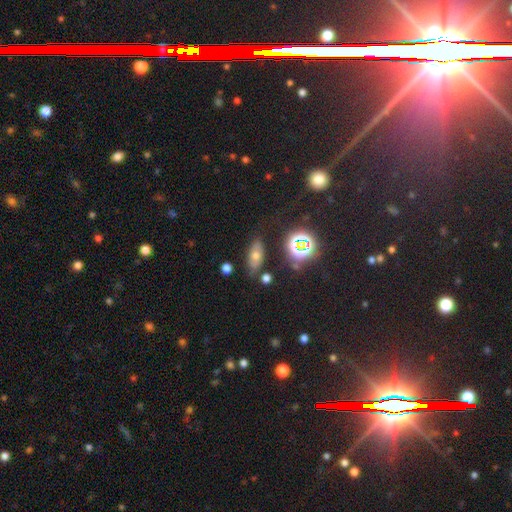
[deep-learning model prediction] Q: Smooth or featured?
A: smooth (45%); runner-up: star or artifact (32%)
Q: Merging?
A: none (77%); runner-up: minor disturbance (14%)